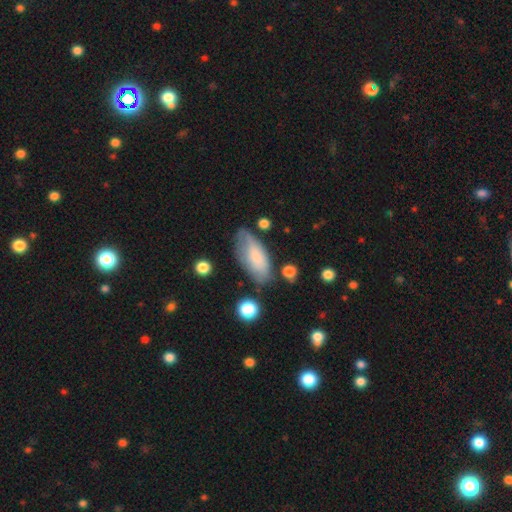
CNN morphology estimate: Smooth or featured? smooth (70%)
How rounded? in between (84%)
Merging? none (62%)